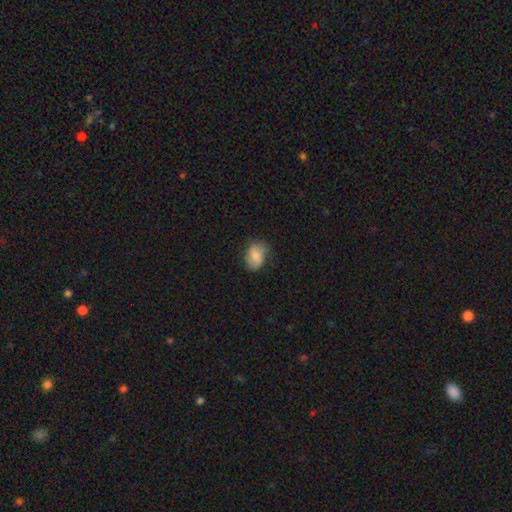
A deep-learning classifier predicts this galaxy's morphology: Smooth or featured?
  - smooth: 76% *
  - featured or disk: 17%
  - star or artifact: 8%
How rounded?
  - in between: 73% *
  - round: 26%
  - cigar-shaped: 1%
Merging?
  - none: 63% *
  - minor disturbance: 28%
  - major disturbance: 8%
  - merger: 1%